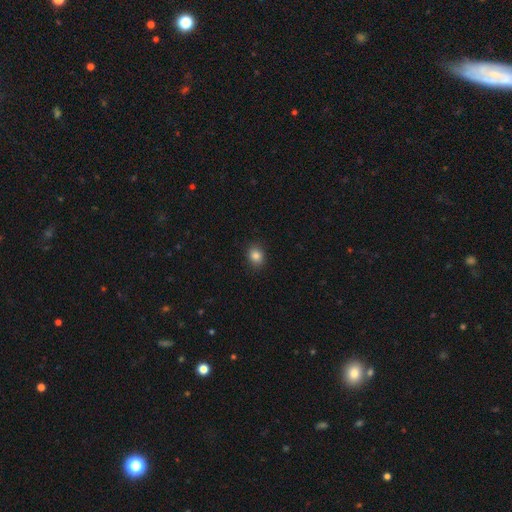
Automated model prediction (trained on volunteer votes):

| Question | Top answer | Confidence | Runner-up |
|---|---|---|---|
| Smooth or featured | smooth | 85% | star or artifact (11%) |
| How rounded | round | 60% | in between (39%) |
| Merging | none | 87% | minor disturbance (9%) |